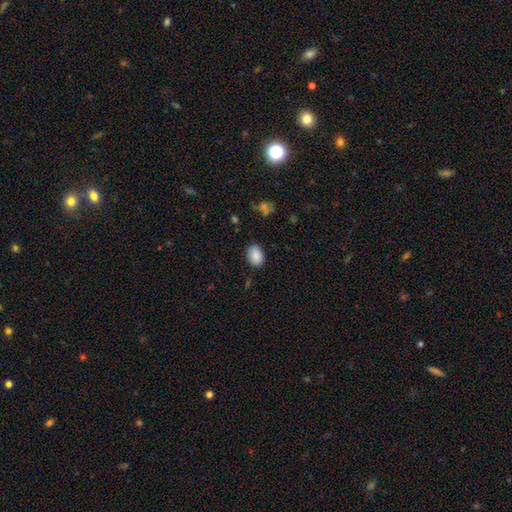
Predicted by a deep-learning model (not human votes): smooth-or-featured: smooth: 88% | star or artifact: 8% | featured or disk: 4%
  how-rounded: in between: 80% | round: 19% | cigar-shaped: 1%
  merging: none: 84% | minor disturbance: 12% | major disturbance: 3% | merger: 1%